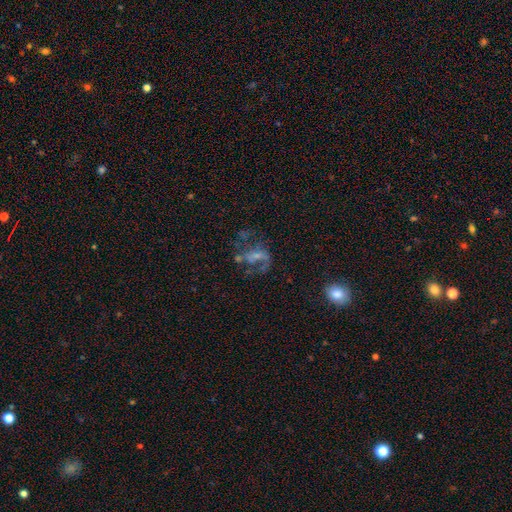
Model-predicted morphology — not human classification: Smooth or featured: featured or disk — 64% (smooth — 18%)
Edge-on disk: no — 96% (yes — 4%)
Bar: no — 47% (weak — 37%)
Spiral arms: yes — 68% (no — 32%)
Bulge size: small — 48% (moderate — 24%)
Merging: none — 40% (major disturbance — 36%)